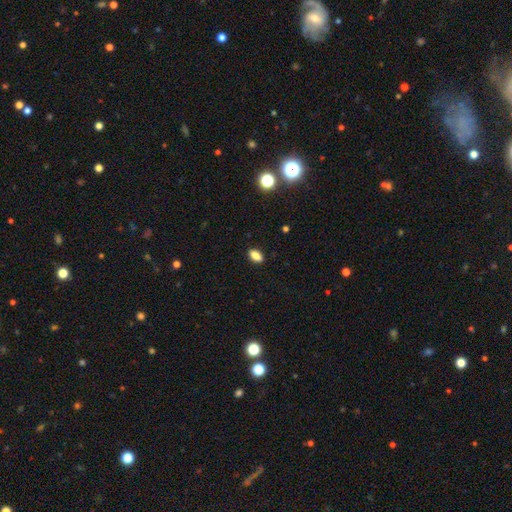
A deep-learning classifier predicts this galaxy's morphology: The model was most divided on "smooth or featured": smooth: 84%, star or artifact: 10%, featured or disk: 5%. More confident: merging — none (89%); how rounded — in between (88%).